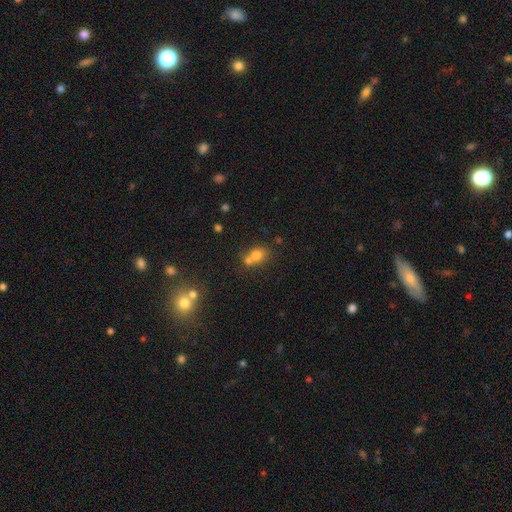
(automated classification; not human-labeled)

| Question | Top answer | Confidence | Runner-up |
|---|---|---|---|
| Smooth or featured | smooth | 73% | featured or disk (14%) |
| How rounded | round | 53% | in between (46%) |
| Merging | merger | 49% | none (37%) |